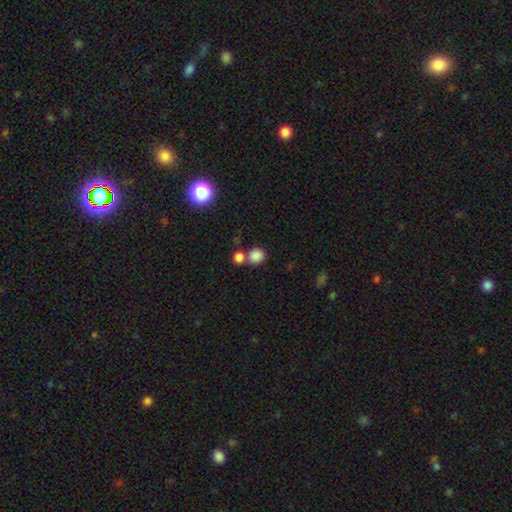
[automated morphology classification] A smooth galaxy with no disk features (84%) that is round (88%).

Vote fractions:
- Smooth or featured? smooth: 84% / star or artifact: 11% / featured or disk: 5%
- How rounded? round: 88% / in between: 11% / cigar-shaped: 1%
- Merging? none: 58% / merger: 31% / minor disturbance: 8% / major disturbance: 3%